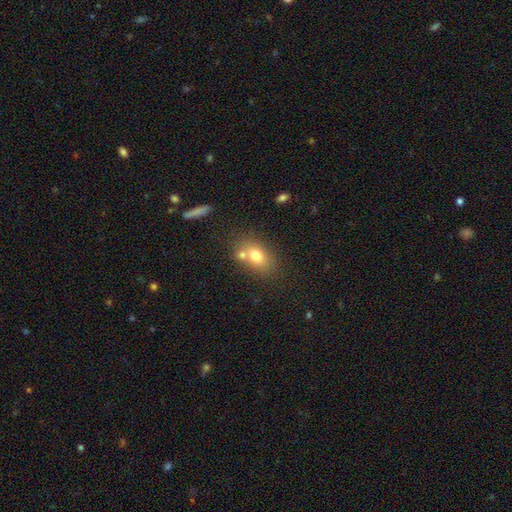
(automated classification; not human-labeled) smooth-or-featured: smooth: 74% | featured or disk: 16% | star or artifact: 11%
  how-rounded: in between: 71% | round: 27% | cigar-shaped: 2%
  merging: none: 53% | merger: 30% | minor disturbance: 13% | major disturbance: 4%